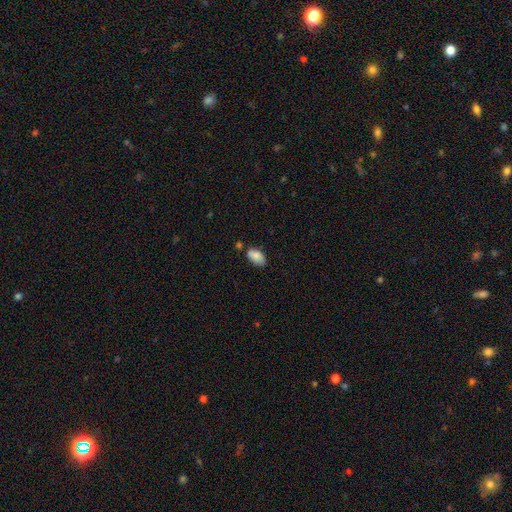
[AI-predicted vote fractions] Smooth or featured? smooth (84%)
How rounded? in between (94%)
Merging? none (66%)